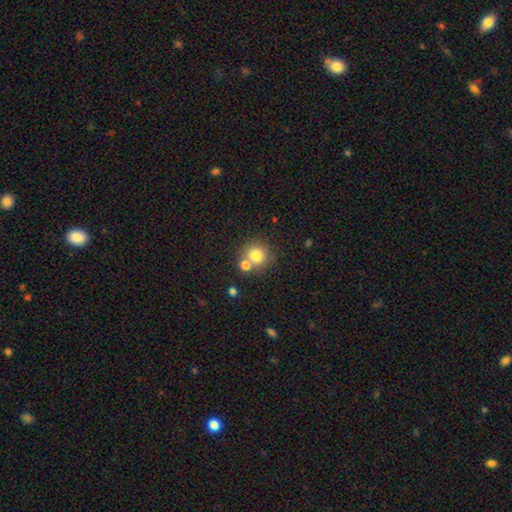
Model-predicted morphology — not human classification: A smooth galaxy with no disk features (78%) that is round (90%). Merging: none (60%).